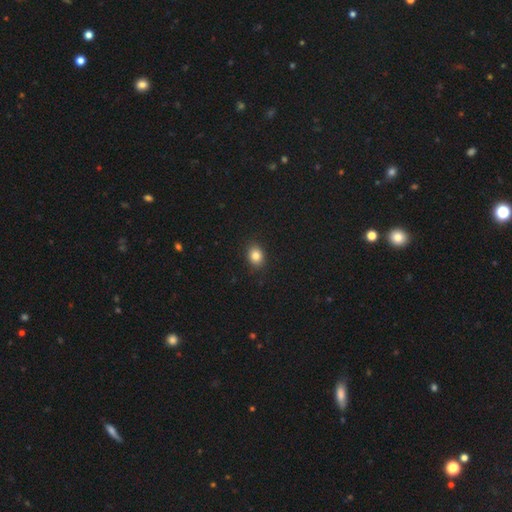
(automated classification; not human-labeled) Morphology: type=smooth (84%); roundness=in between (57%); merging=none (89%).